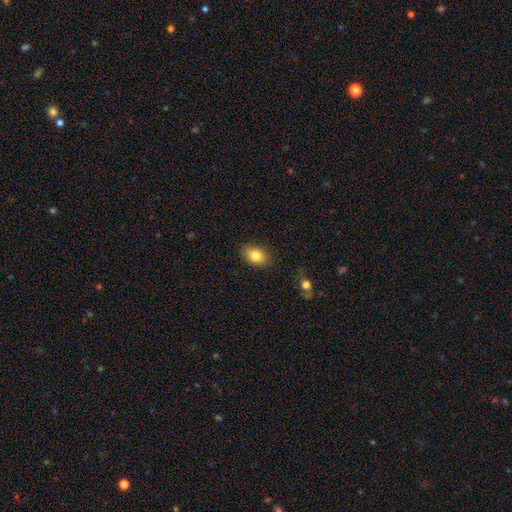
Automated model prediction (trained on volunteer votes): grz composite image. It shows a smooth galaxy with no disk features (82%) that is in between round and cigar-shaped (83%). Merging: none (86%).